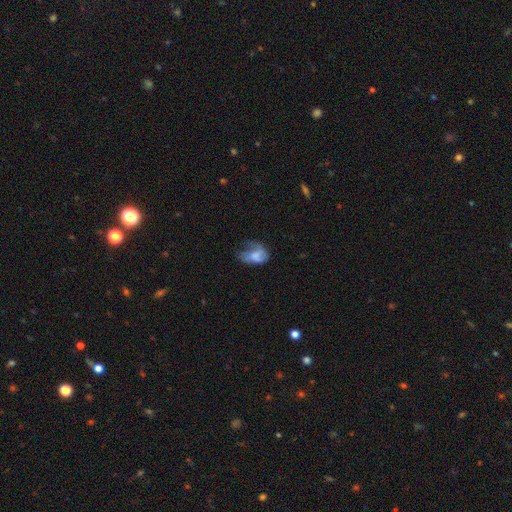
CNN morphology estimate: Smooth or featured?
  - smooth: 56% *
  - featured or disk: 34%
  - star or artifact: 10%
How rounded?
  - in between: 82% *
  - round: 16%
  - cigar-shaped: 2%
Merging?
  - major disturbance: 44% *
  - minor disturbance: 28%
  - none: 24%
  - merger: 3%